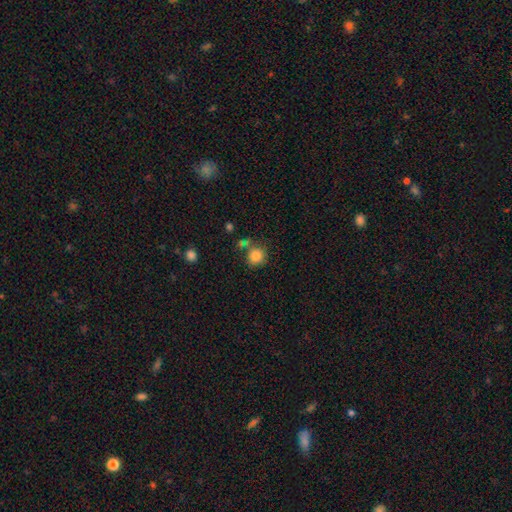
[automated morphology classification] This is clearly a smooth galaxy (83%). How rounded: clearly round (86%). Merging: likely none (70%).